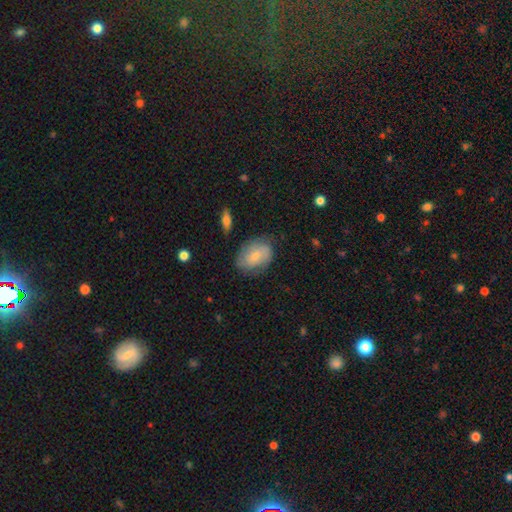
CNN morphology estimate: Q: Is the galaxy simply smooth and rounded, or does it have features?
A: smooth — 58%.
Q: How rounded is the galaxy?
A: in between — 79%.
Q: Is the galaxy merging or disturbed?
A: none — 70%.